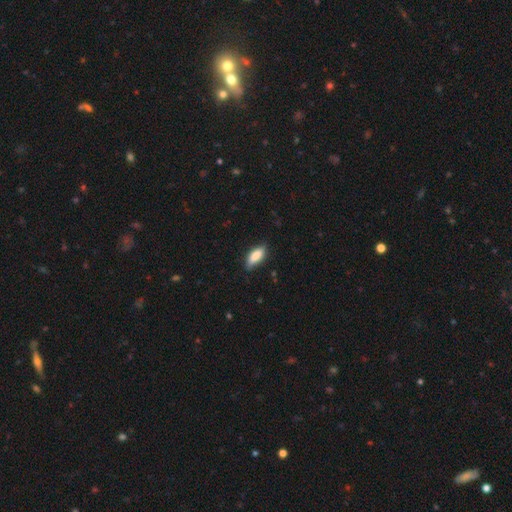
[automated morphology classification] A smooth galaxy with no disk features (78%) that is in between round and cigar-shaped (75%).

Vote fractions:
- Smooth or featured? smooth: 78% / featured or disk: 15% / star or artifact: 7%
- How rounded? in between: 75% / cigar-shaped: 23% / round: 2%
- Merging? none: 77% / minor disturbance: 19% / major disturbance: 3% / merger: 1%